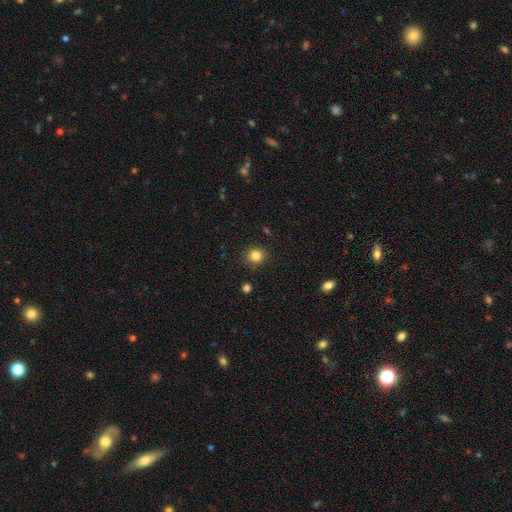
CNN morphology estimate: Smooth or featured: smooth — 84% (star or artifact — 12%)
How rounded: round — 86% (in between — 13%)
Merging: none — 88% (minor disturbance — 8%)